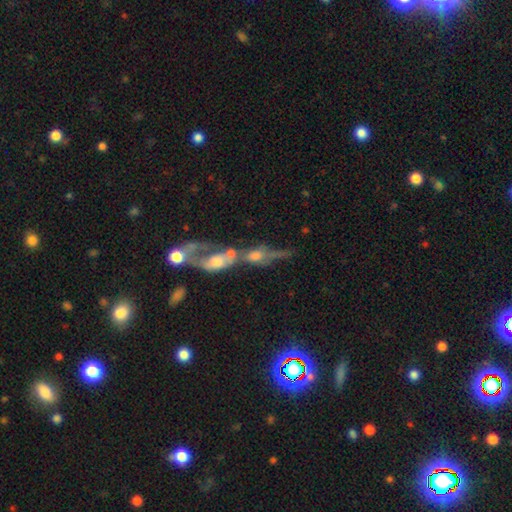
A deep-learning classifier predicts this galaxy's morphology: This appears to be a featured or disk galaxy (55%). Merging: merger (71%).